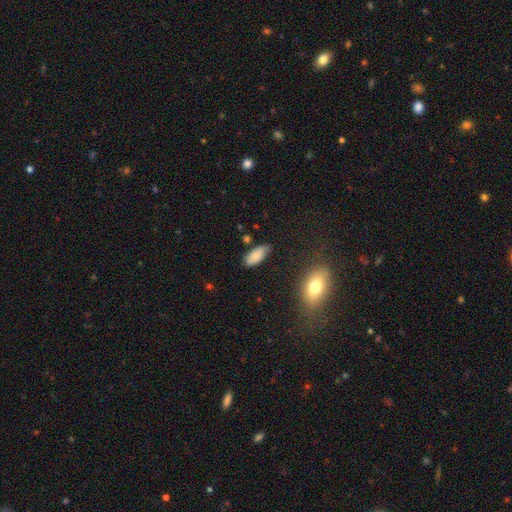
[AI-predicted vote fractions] Overall: smooth (76%). How rounded: in between (88%). Merging: none (70%).